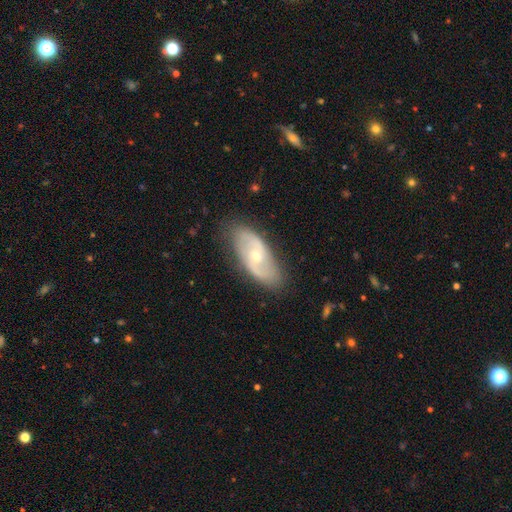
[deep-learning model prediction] smooth-or-featured: featured or disk: 72% | smooth: 22% | star or artifact: 6%
  disk-edge-on: no: 90% | yes: 10%
    bar: no: 63% | weak: 29% | strong: 8%
    has-spiral-arms: yes: 77% | no: 23%
    bulge-size: small: 54% | moderate: 43% | large: 1% | none: 1% | dominant: 1%
  merging: none: 80% | minor disturbance: 15% | major disturbance: 4% | merger: 1%